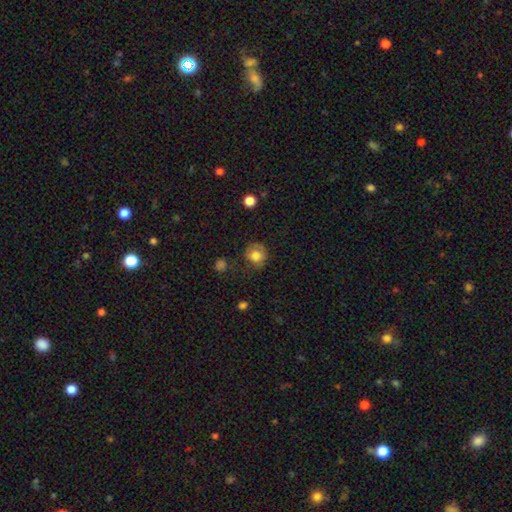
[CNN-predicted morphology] Q: Smooth or featured?
A: smooth (73%); runner-up: featured or disk (18%)
Q: How rounded?
A: round (80%); runner-up: in between (20%)
Q: Merging?
A: none (61%); runner-up: minor disturbance (24%)